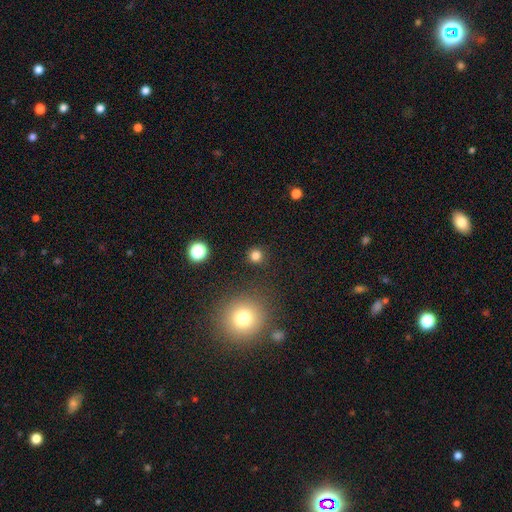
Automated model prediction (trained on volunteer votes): smooth-or-featured: smooth: 80% | star or artifact: 16% | featured or disk: 4%
  how-rounded: round: 93% | in between: 6% | cigar-shaped: 1%
  merging: none: 90% | minor disturbance: 5% | major disturbance: 2% | merger: 2%